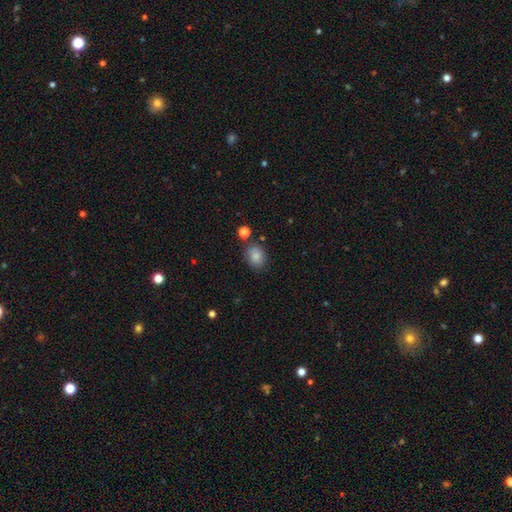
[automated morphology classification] The model was most divided on "how rounded": in between: 57%, round: 42%, cigar-shaped: 1%. More confident: smooth or featured — smooth (84%); merging — none (78%).